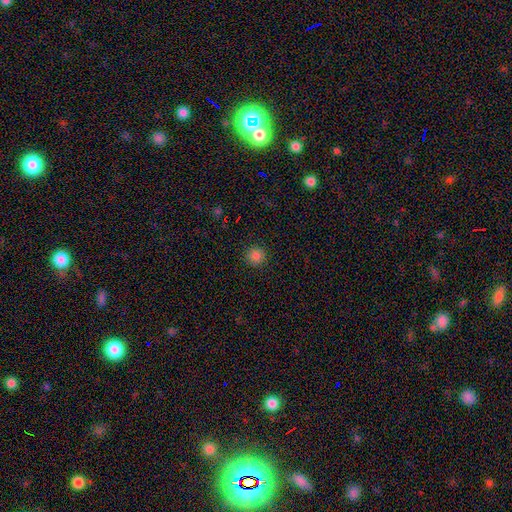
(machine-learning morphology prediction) This appears to be a smooth galaxy with no disk features (84%) that is round (94%). Merging: none (92%).